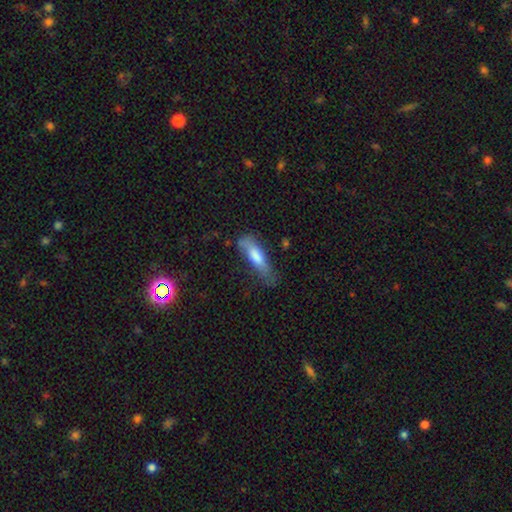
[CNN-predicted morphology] Smooth or featured? smooth (71%)
How rounded? cigar-shaped (62%)
Merging? none (48%)